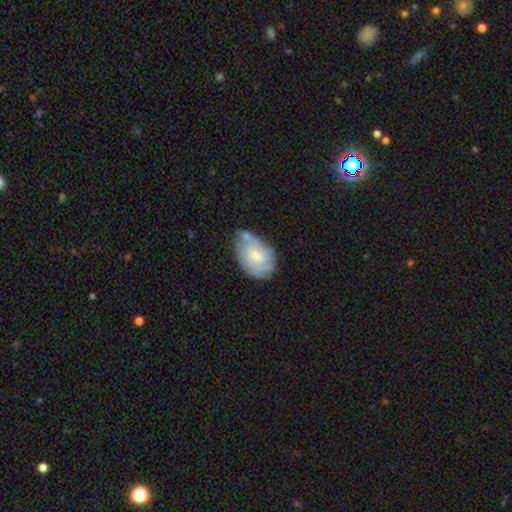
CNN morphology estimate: Smooth or featured: smooth — 51% (featured or disk — 42%)
How rounded: in between — 80% (round — 19%)
Merging: none — 45% (minor disturbance — 29%)